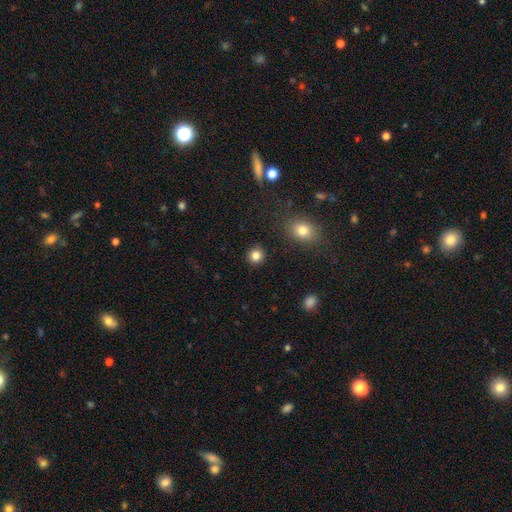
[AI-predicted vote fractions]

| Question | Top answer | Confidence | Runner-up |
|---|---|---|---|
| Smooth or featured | smooth | 84% | star or artifact (11%) |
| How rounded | round | 91% | in between (8%) |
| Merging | none | 91% | minor disturbance (5%) |